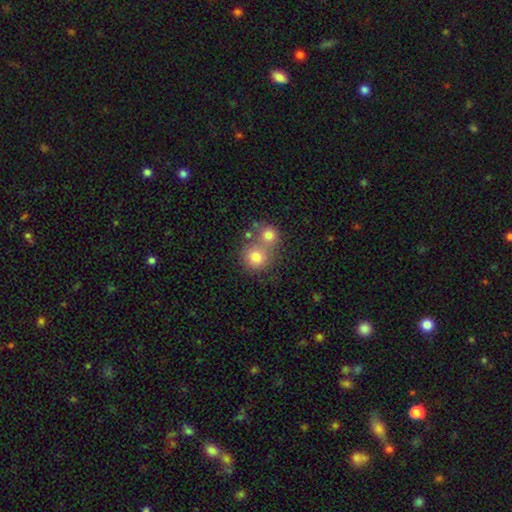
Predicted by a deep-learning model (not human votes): Smooth or featured?
  - smooth: 76% *
  - star or artifact: 13%
  - featured or disk: 11%
How rounded?
  - round: 86% *
  - in between: 13%
  - cigar-shaped: 1%
Merging?
  - merger: 46% *
  - none: 44%
  - minor disturbance: 6%
  - major disturbance: 3%